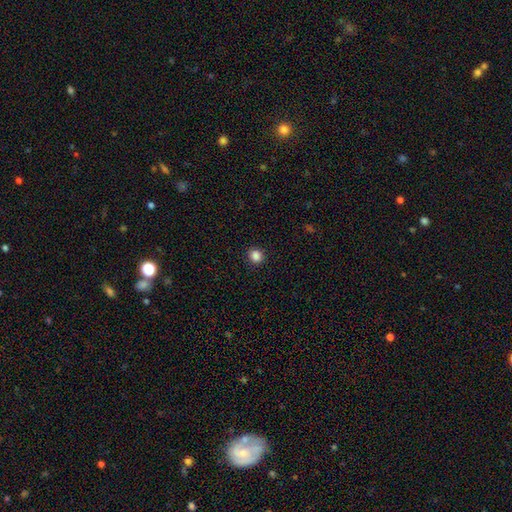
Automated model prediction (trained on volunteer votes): smooth_or_featured: smooth (p=0.86) [alt: star or artifact p=0.11]
how_rounded: round (p=0.86) [alt: in between p=0.14]
merging: none (p=0.92) [alt: minor disturbance p=0.06]